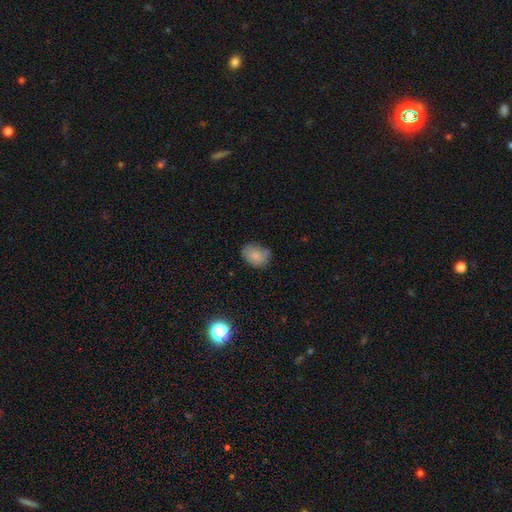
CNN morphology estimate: smooth_or_featured: smooth (p=0.79) [alt: featured or disk p=0.11]
how_rounded: in between (p=0.67) [alt: round p=0.31]
merging: none (p=0.60) [alt: minor disturbance p=0.28]